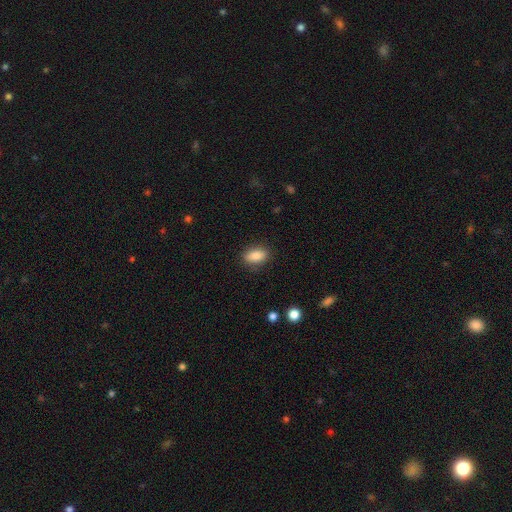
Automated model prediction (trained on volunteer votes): smooth-or-featured: smooth: 86% | star or artifact: 8% | featured or disk: 6%
  how-rounded: in between: 87% | round: 8% | cigar-shaped: 5%
  merging: none: 87% | minor disturbance: 10% | major disturbance: 3% | merger: 1%